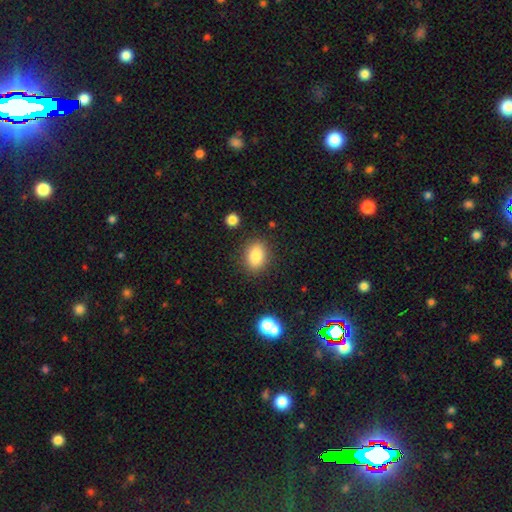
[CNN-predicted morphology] Overall: smooth (85%). How rounded: in between (78%). Merging: none (85%).